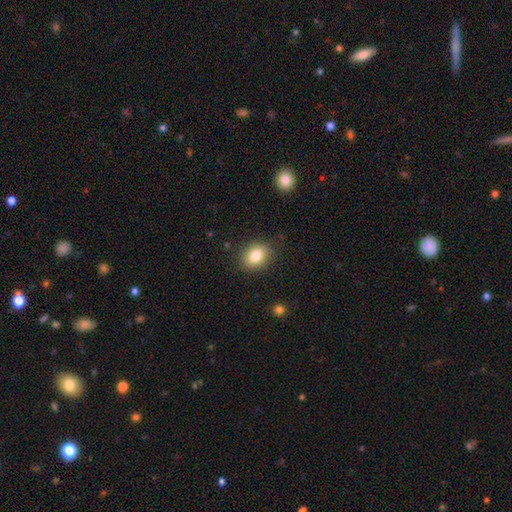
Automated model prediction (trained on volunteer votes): smooth_or_featured: smooth (p=0.82) [alt: star or artifact p=0.09]
how_rounded: in between (p=0.61) [alt: round p=0.38]
merging: none (p=0.86) [alt: minor disturbance p=0.10]